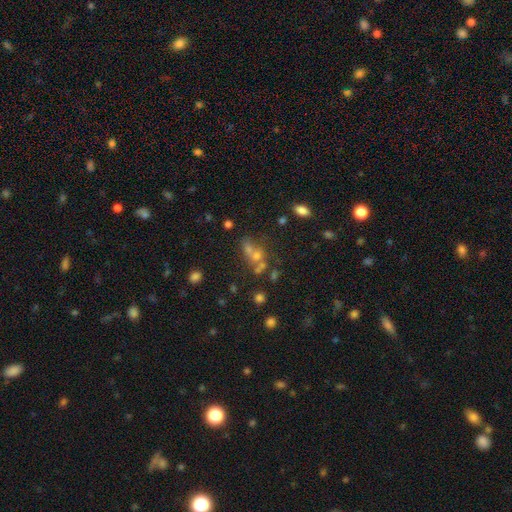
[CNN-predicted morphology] smooth-or-featured: smooth: 48% | star or artifact: 28% | featured or disk: 24%
  merging: merger: 44% | none: 37% | minor disturbance: 10% | major disturbance: 8%